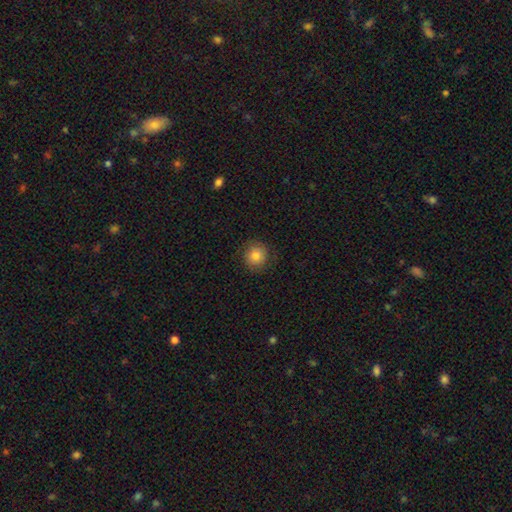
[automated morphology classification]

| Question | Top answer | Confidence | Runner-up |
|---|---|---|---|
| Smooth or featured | smooth | 83% | star or artifact (10%) |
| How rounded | round | 90% | in between (9%) |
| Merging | none | 85% | minor disturbance (11%) |